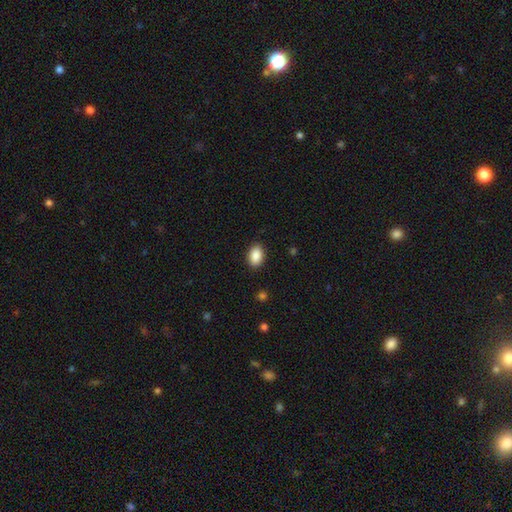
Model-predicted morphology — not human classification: smooth_or_featured: smooth (p=0.89) [alt: star or artifact p=0.08]
how_rounded: in between (p=0.88) [alt: round p=0.11]
merging: none (p=0.89) [alt: minor disturbance p=0.08]